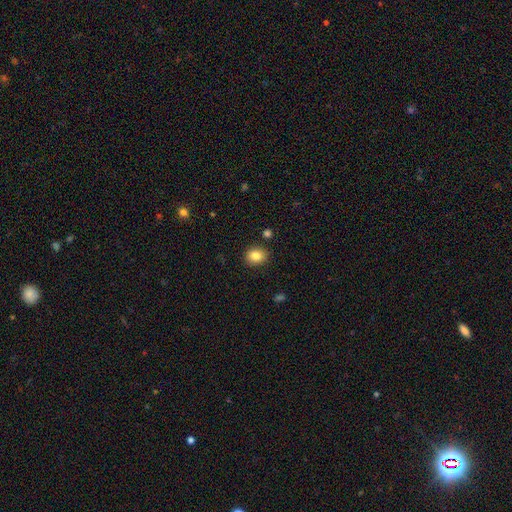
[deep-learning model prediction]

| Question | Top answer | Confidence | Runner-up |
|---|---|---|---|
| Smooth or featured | smooth | 84% | star or artifact (10%) |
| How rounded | round | 60% | in between (39%) |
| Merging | none | 87% | minor disturbance (8%) |